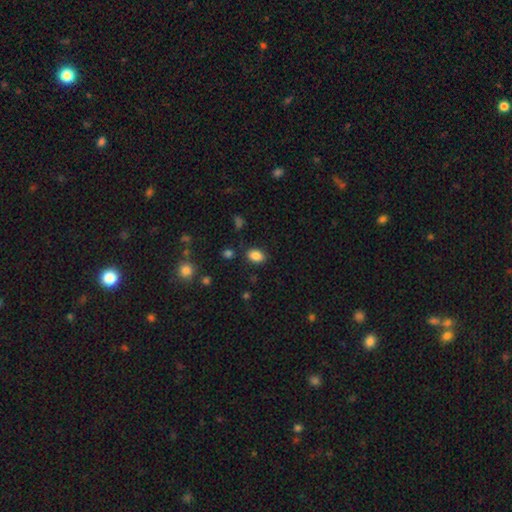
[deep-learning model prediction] Overall: smooth (86%). How rounded: in between (84%). Merging: none (84%).